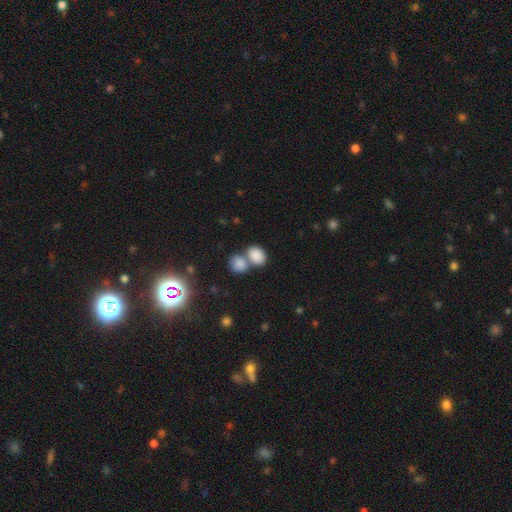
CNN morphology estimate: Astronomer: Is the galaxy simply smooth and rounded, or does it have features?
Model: smooth — 84%.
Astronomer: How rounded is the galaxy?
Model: in between — 70%.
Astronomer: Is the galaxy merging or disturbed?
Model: merger — 53% (runner-up: none, 35%).